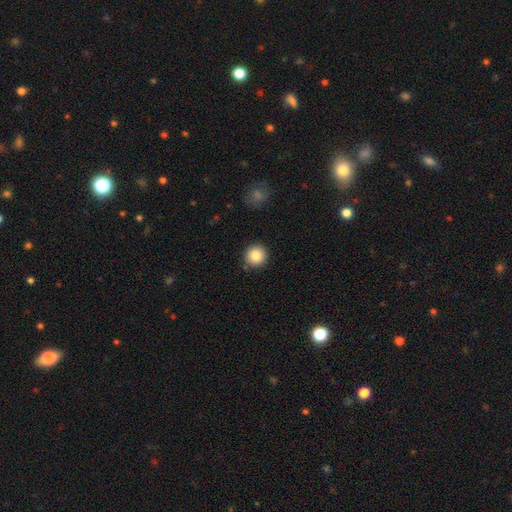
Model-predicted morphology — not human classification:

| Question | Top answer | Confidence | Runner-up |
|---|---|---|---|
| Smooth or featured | smooth | 86% | star or artifact (9%) |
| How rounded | round | 94% | in between (5%) |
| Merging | none | 87% | minor disturbance (8%) |